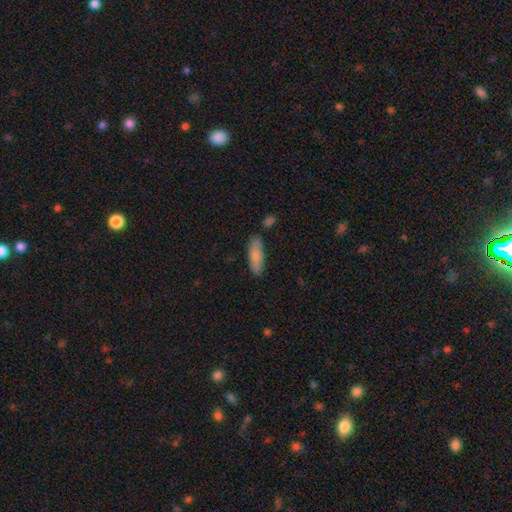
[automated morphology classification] The model was most divided on "how rounded": in between: 51%, cigar-shaped: 47%, round: 2%. More confident: merging — none (81%); smooth or featured — smooth (81%).